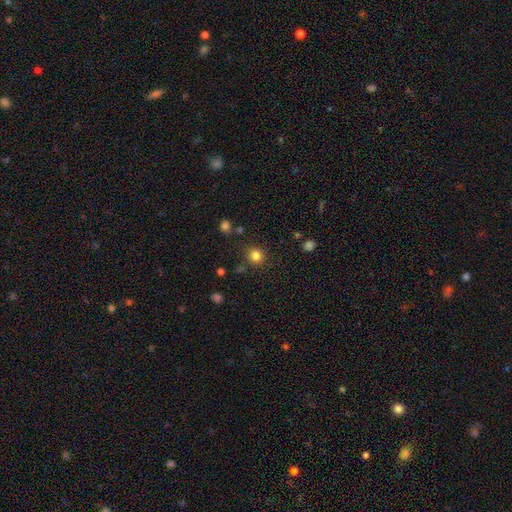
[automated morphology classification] Smooth or featured: smooth — 82% (star or artifact — 13%)
How rounded: round — 91% (in between — 9%)
Merging: none — 85% (minor disturbance — 8%)